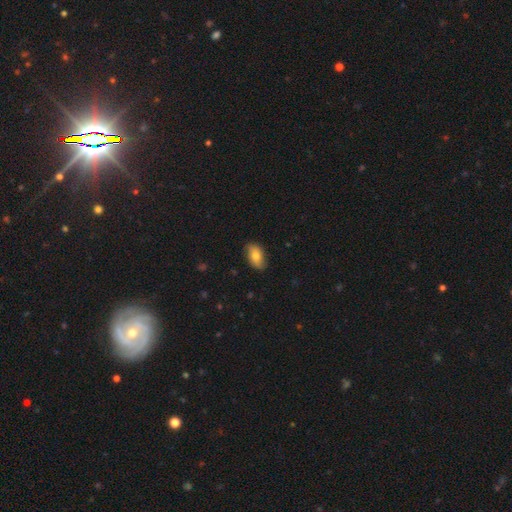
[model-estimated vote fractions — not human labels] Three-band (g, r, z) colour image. It shows a smooth galaxy with no disk features (71%) that is in between round and cigar-shaped (91%). Merging: none (81%).